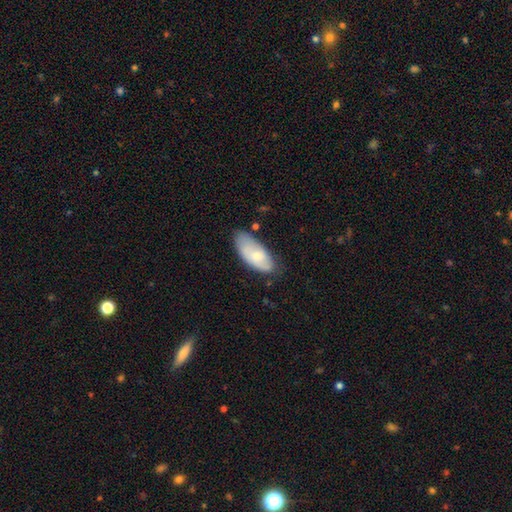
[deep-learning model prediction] Smooth or featured? Predicted: smooth (p=0.67). How rounded? Predicted: in between (p=0.89). Merging? Predicted: none (p=0.61).